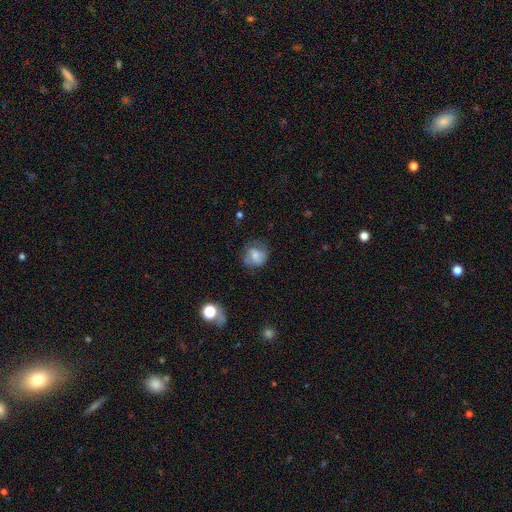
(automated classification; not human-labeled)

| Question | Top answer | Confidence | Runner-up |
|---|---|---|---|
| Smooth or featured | smooth | 63% | featured or disk (27%) |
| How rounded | round | 74% | in between (25%) |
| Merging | none | 58% | minor disturbance (26%) |